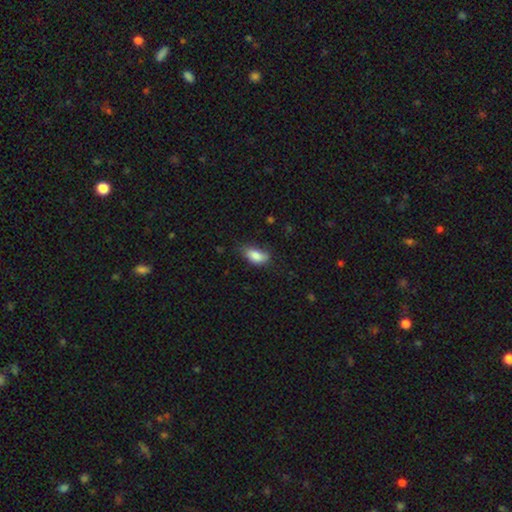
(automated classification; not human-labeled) A smooth galaxy with no disk features (85%) that is in between round and cigar-shaped (89%).

Vote fractions:
- Smooth or featured? smooth: 85% / featured or disk: 8% / star or artifact: 8%
- How rounded? in between: 89% / cigar-shaped: 6% / round: 4%
- Merging? none: 55% / minor disturbance: 34% / major disturbance: 9% / merger: 2%